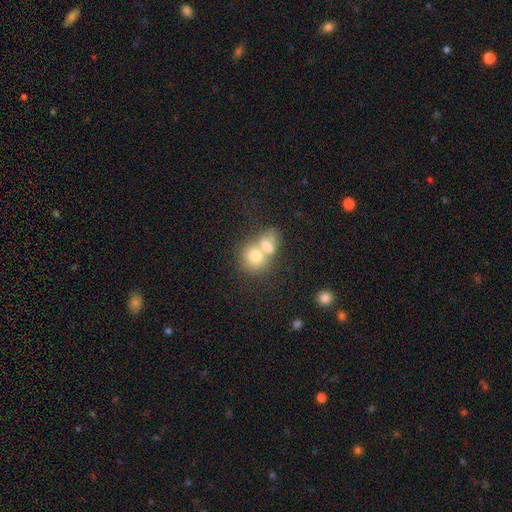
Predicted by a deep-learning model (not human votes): smooth-or-featured: smooth: 72% | featured or disk: 19% | star or artifact: 9%
  how-rounded: round: 57% | in between: 41% | cigar-shaped: 1%
  merging: merger: 67% | none: 22% | minor disturbance: 7% | major disturbance: 4%